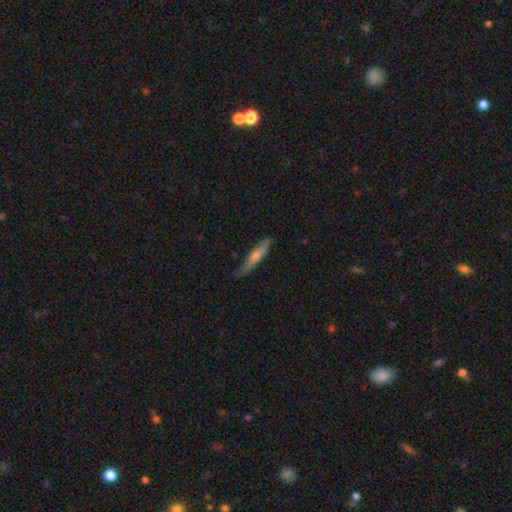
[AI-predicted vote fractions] Morphology: type=smooth (50%); roundness=cigar-shaped (89%); merging=none (74%).